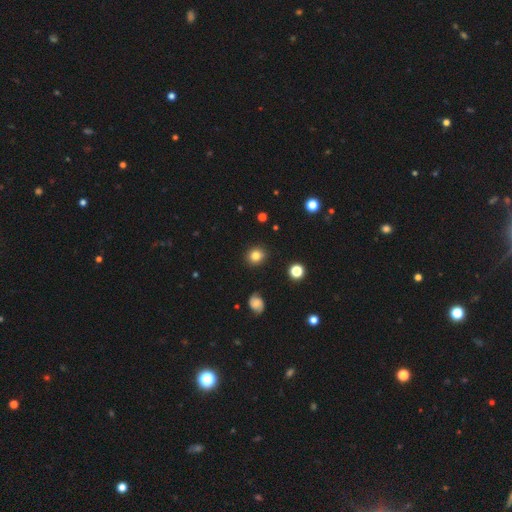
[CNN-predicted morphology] type=smooth (82%); roundness=round (83%); merging=none (89%).